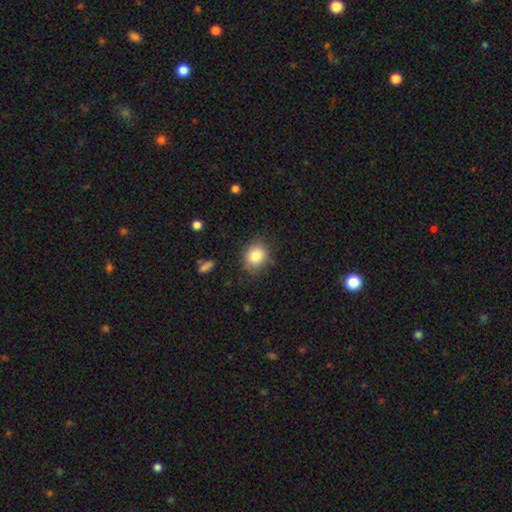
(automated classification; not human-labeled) A smooth galaxy with no disk features (83%) that is round (72%).

Vote fractions:
- Smooth or featured? smooth: 83% / star or artifact: 10% / featured or disk: 7%
- How rounded? round: 72% / in between: 27% / cigar-shaped: 1%
- Merging? none: 82% / minor disturbance: 13% / major disturbance: 3% / merger: 2%